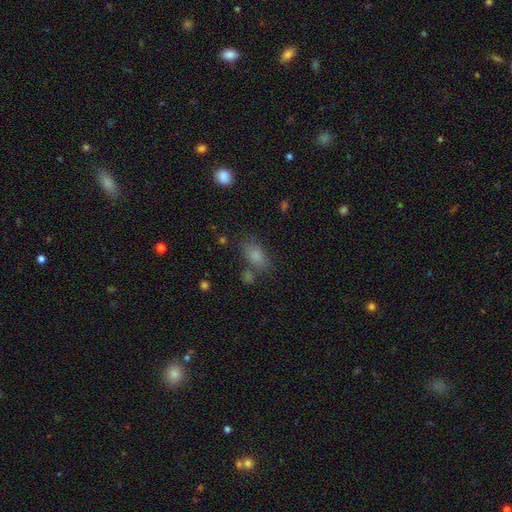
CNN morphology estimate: smooth_or_featured: smooth (p=0.80) [alt: star or artifact p=0.11]
how_rounded: in between (p=0.86) [alt: round p=0.09]
merging: none (p=0.64) [alt: minor disturbance p=0.17]